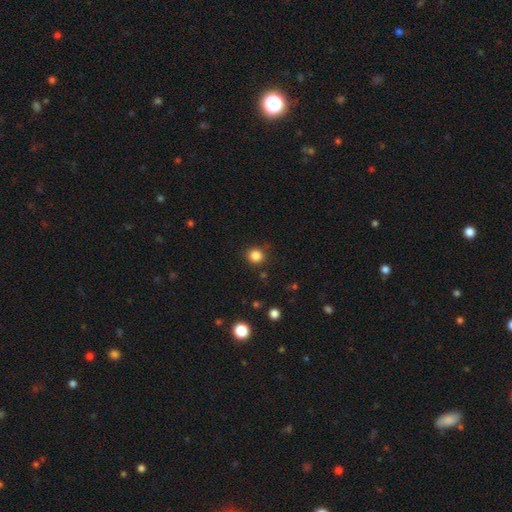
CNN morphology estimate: A smooth galaxy with no disk features (84%) that is round (89%).

Vote fractions:
- Smooth or featured? smooth: 84% / star or artifact: 12% / featured or disk: 3%
- How rounded? round: 89% / in between: 10% / cigar-shaped: 1%
- Merging? none: 87% / minor disturbance: 9% / major disturbance: 3% / merger: 2%